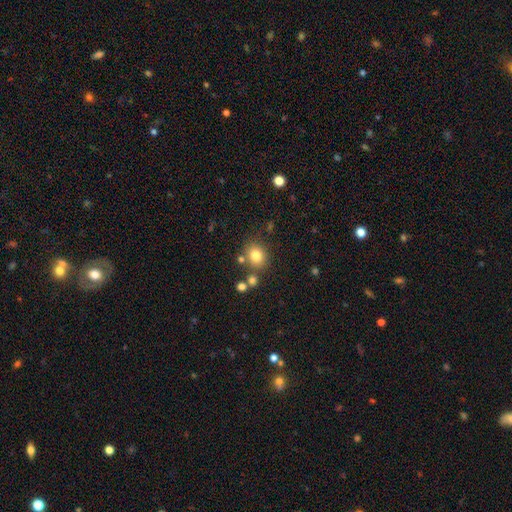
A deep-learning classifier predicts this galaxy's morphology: This appears to be a smooth galaxy with no disk features (80%) that is round (76%). Merging: none (76%).